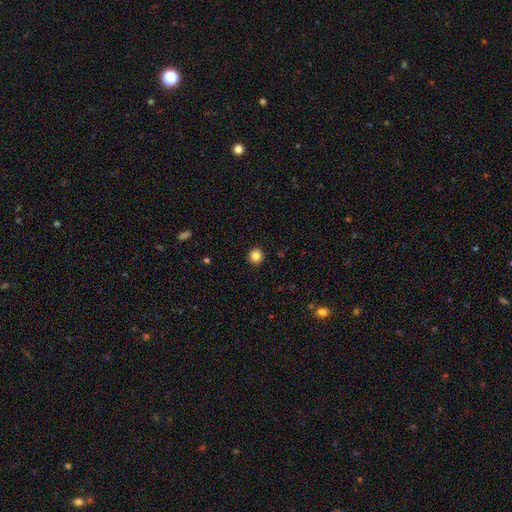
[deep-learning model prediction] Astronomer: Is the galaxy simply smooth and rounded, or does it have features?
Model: smooth — 85%.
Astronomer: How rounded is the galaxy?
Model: round — 94%.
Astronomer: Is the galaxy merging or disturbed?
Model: none — 93%.